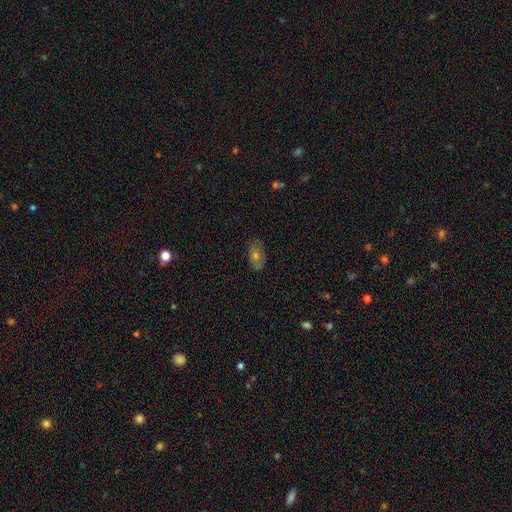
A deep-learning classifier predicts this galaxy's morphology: This appears to be a smooth galaxy with no disk features (51%) that is in between round and cigar-shaped (86%). Merging: none (79%).